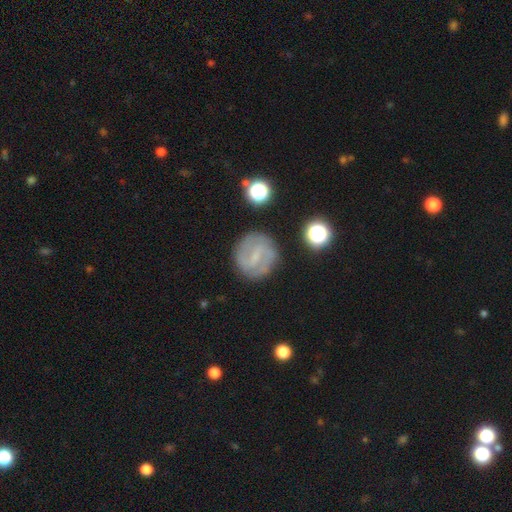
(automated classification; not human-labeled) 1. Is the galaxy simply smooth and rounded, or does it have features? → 69% featured or disk, 22% smooth, 8% star or artifact.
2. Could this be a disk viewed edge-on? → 97% no, 3% yes.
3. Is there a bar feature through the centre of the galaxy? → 53% weak, 32% strong, 15% no.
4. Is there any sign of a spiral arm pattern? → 87% yes, 13% no.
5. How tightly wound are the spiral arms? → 44% medium, 32% tight, 23% loose.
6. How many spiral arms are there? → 76% 2, 14% can't tell, 4% 3, 3% 1, 2% 4, 2% more than 4.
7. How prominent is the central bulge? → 54% small, 33% none, 11% moderate, 1% large, 1% dominant.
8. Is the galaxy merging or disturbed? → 81% none, 12% minor disturbance, 5% major disturbance, 2% merger.